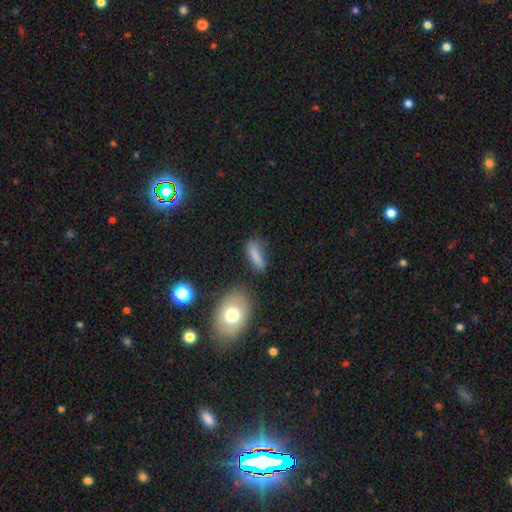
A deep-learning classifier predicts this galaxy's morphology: A smooth galaxy with no disk features (79%) that is in between round and cigar-shaped (56%). Merging: none (53%).